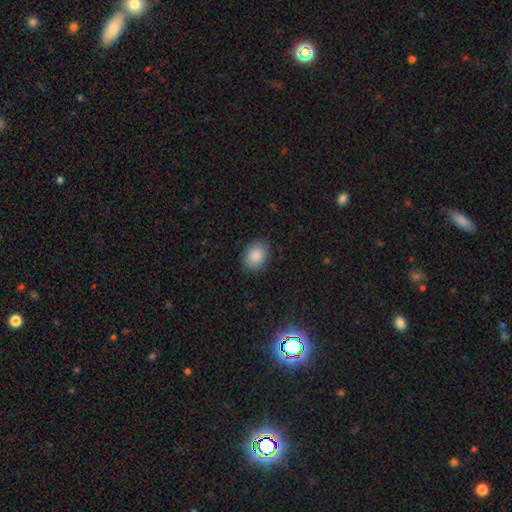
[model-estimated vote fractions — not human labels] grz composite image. It shows a smooth galaxy with no disk features (88%) that is in between round and cigar-shaped (64%). Merging: none (86%).